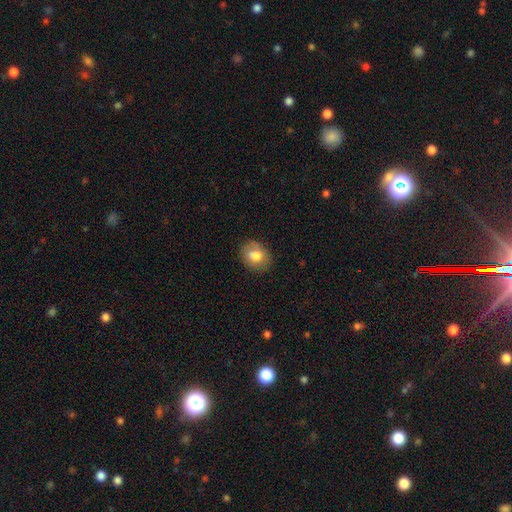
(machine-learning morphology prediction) smooth_or_featured: smooth (p=0.75) [alt: featured or disk p=0.16]
how_rounded: round (p=0.50) [alt: in between p=0.49]
merging: none (p=0.71) [alt: minor disturbance p=0.20]